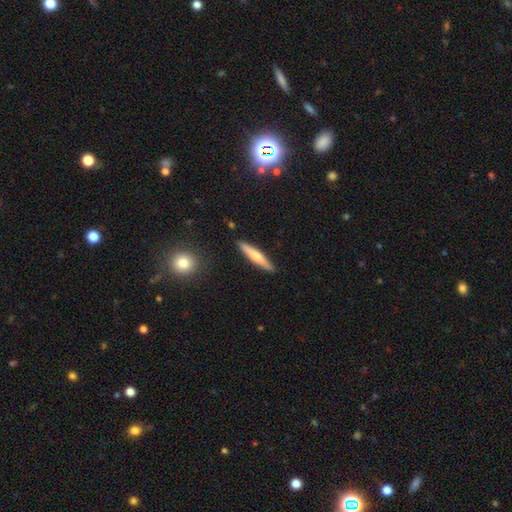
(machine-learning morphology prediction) Overall: smooth (54%; featured or disk 40%). How rounded: cigar-shaped (90%). Merging: none (89%).